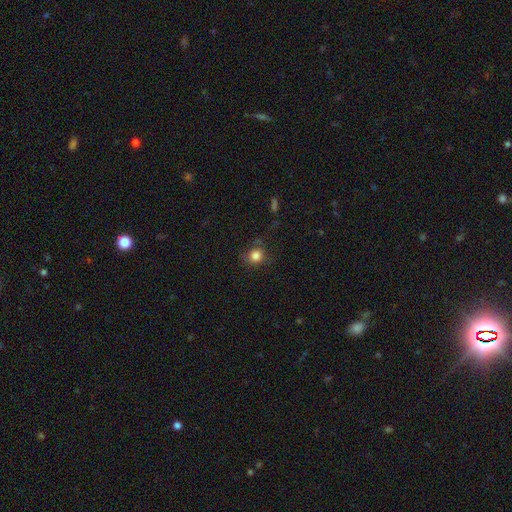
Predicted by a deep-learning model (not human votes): This is clearly a smooth galaxy (83%). How rounded: clearly round (82%). Merging: likely none (70%).